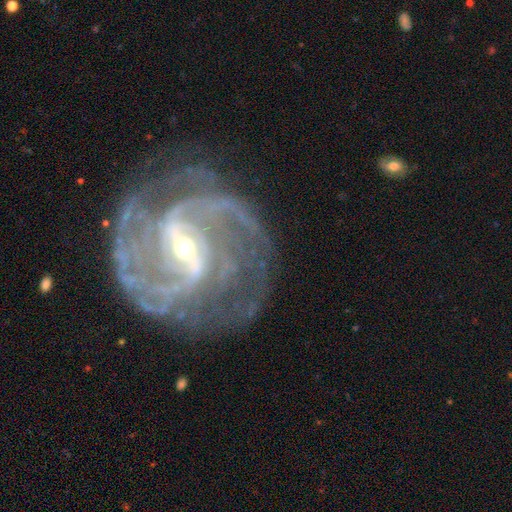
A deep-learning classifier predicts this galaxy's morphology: A featured or disk galaxy (92%) with a strong bar (50%), 2 (43%) medium (45%) spiral arms (98%) and a small central bulge (61%). Merging: none (72%).